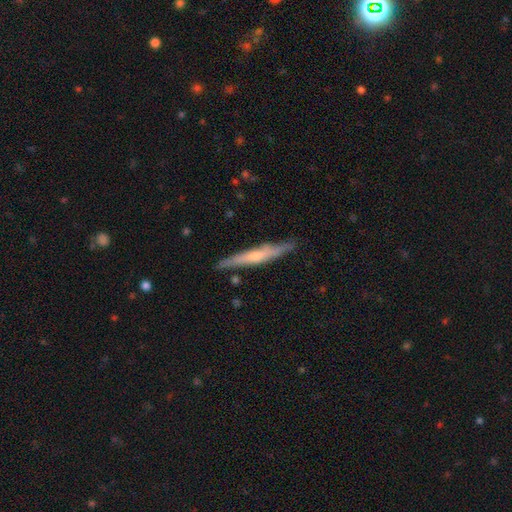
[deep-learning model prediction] This appears to be a featured or disk galaxy (54%) viewed edge-on (93%) with a rounded central bulge (56%). Merging: none (84%).